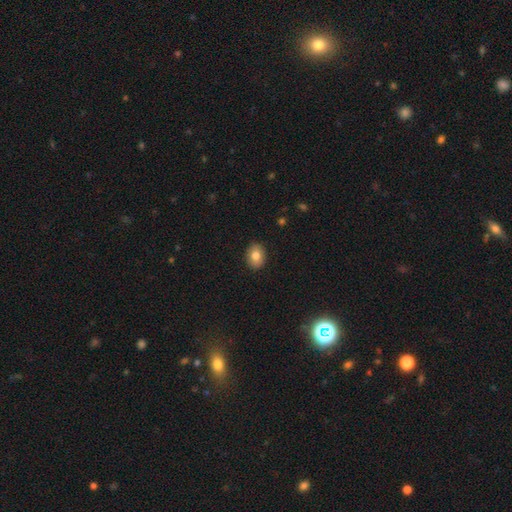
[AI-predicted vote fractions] Smooth or featured: smooth — 81% (featured or disk — 11%)
How rounded: in between — 70% (round — 29%)
Merging: none — 90% (minor disturbance — 8%)